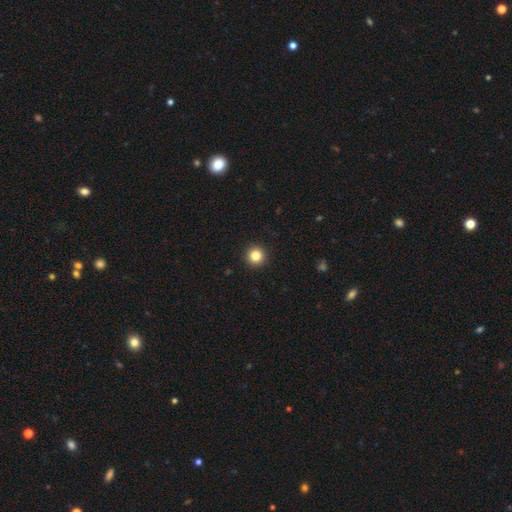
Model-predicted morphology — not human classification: A smooth galaxy with no disk features (84%) that is round (96%).

Vote fractions:
- Smooth or featured? smooth: 84% / star or artifact: 11% / featured or disk: 5%
- How rounded? round: 96% / in between: 3% / cigar-shaped: 1%
- Merging? none: 94% / minor disturbance: 4% / major disturbance: 1% / merger: 1%